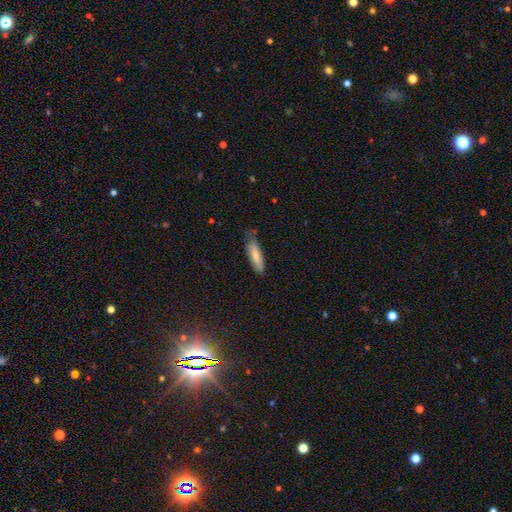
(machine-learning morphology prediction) Smooth or featured: smooth — 79% (featured or disk — 15%)
How rounded: cigar-shaped — 63% (in between — 36%)
Merging: none — 62% (minor disturbance — 29%)